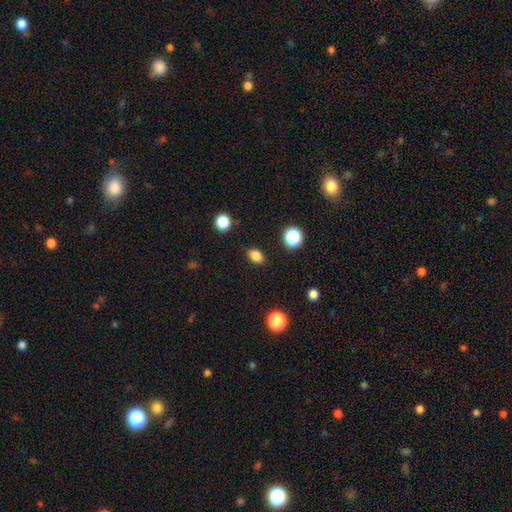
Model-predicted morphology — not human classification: Q: Smooth or featured?
A: smooth (84%); runner-up: star or artifact (11%)
Q: How rounded?
A: in between (77%); runner-up: round (22%)
Q: Merging?
A: none (87%); runner-up: minor disturbance (9%)